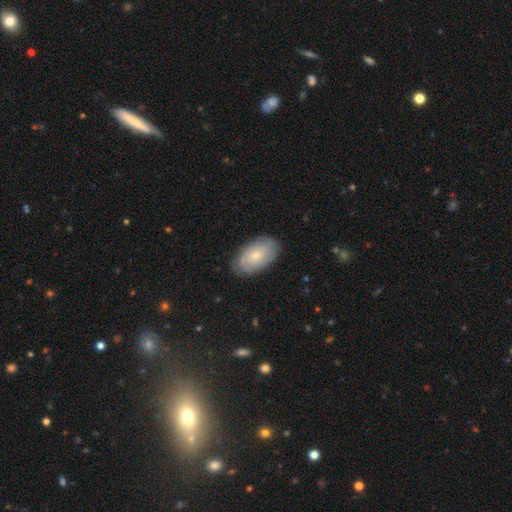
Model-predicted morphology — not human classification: Smooth or featured? smooth (57%)
How rounded? in between (93%)
Merging? none (84%)